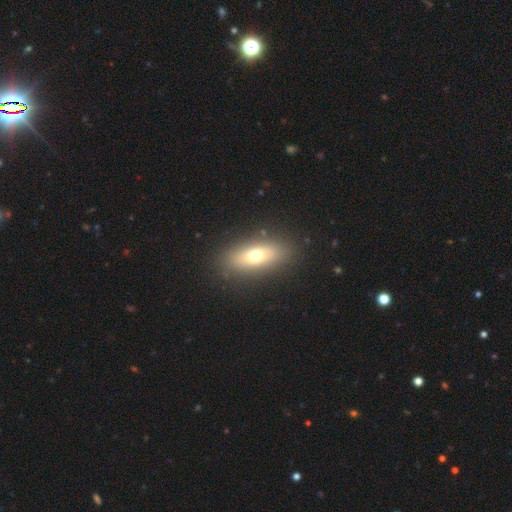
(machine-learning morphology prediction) smooth_or_featured: smooth (p=0.66) [alt: featured or disk p=0.25]
how_rounded: in between (p=0.70) [alt: cigar-shaped p=0.25]
merging: none (p=0.86) [alt: minor disturbance p=0.09]